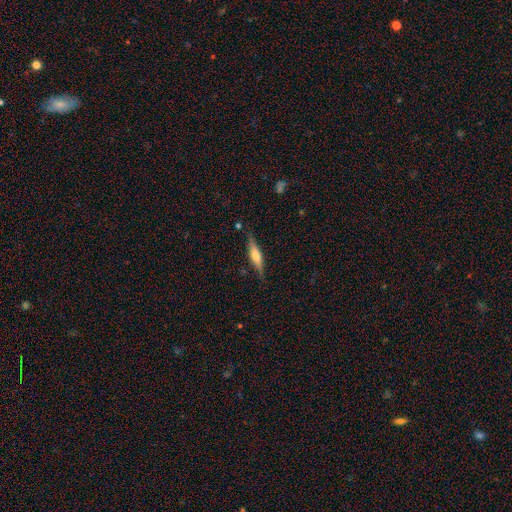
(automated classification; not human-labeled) Q: Smooth or featured?
A: featured or disk (58%); runner-up: smooth (36%)
Q: Edge-on disk?
A: yes (95%); runner-up: no (5%)
Q: Edge-on bulge?
A: rounded (84%); runner-up: boxy (10%)
Q: Merging?
A: none (83%); runner-up: minor disturbance (12%)